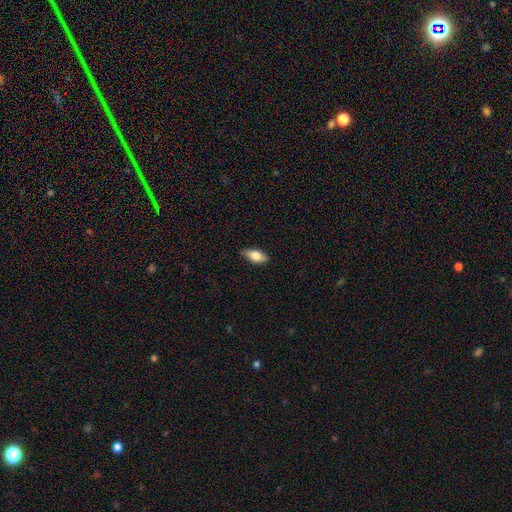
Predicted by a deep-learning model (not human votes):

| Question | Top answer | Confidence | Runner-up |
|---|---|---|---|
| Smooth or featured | smooth | 70% | featured or disk (23%) |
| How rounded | in between | 83% | cigar-shaped (13%) |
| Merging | none | 86% | minor disturbance (11%) |